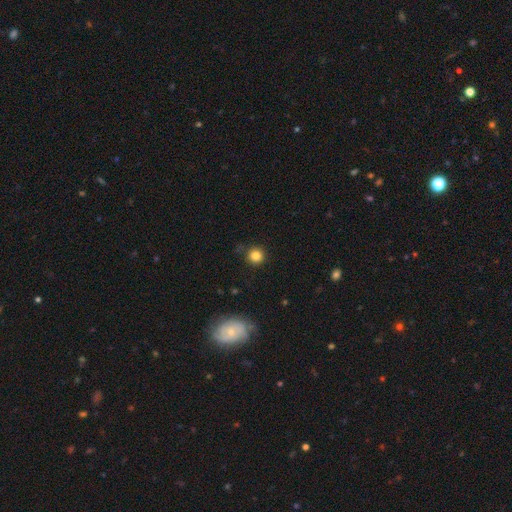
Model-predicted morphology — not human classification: Smooth or featured?
  - smooth: 83% *
  - star or artifact: 12%
  - featured or disk: 5%
How rounded?
  - round: 94% *
  - in between: 5%
  - cigar-shaped: 1%
Merging?
  - none: 87% *
  - minor disturbance: 9%
  - major disturbance: 2%
  - merger: 2%